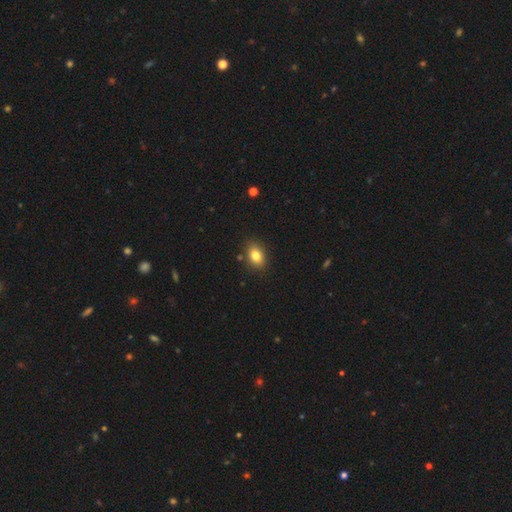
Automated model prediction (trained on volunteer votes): Smooth or featured? Predicted: smooth (p=0.82). How rounded? Predicted: in between (p=0.78). Merging? Predicted: none (p=0.86).